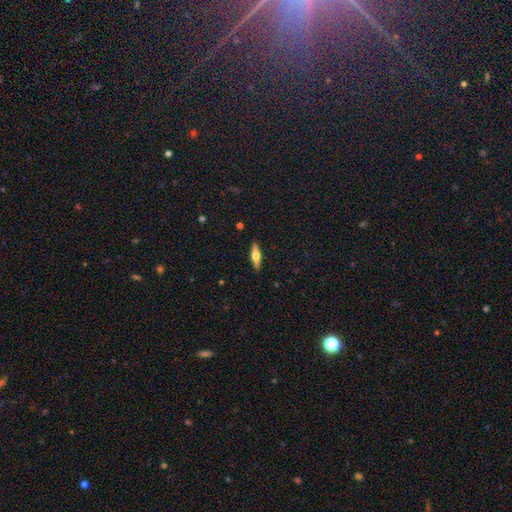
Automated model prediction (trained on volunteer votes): The model was most divided on "smooth or featured": featured or disk: 50%, smooth: 44%, star or artifact: 6%. More confident: edge-on disk — yes (94%); merging — none (90%).